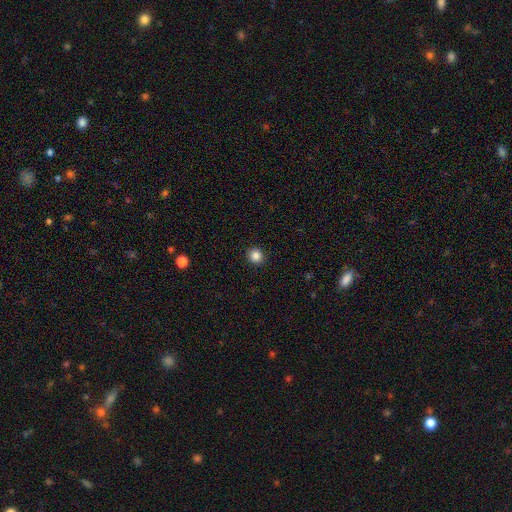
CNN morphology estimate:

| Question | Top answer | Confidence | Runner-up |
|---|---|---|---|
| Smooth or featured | smooth | 85% | star or artifact (11%) |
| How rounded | round | 93% | in between (7%) |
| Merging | none | 92% | minor disturbance (5%) |